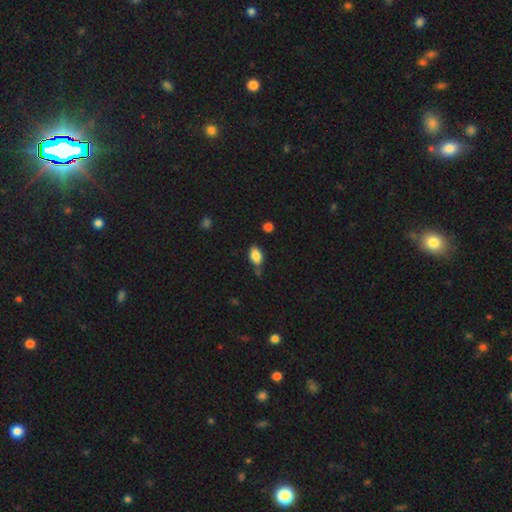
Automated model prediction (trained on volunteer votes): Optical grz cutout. It shows a smooth galaxy with no disk features (84%) that is in between round and cigar-shaped (90%). Merging: none (68%).